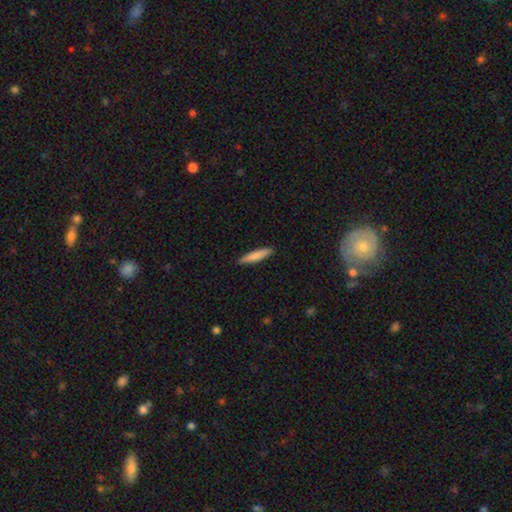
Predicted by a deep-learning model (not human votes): A smooth galaxy with no disk features (80%) that is cigar-shaped (90%). Merging: none (90%).